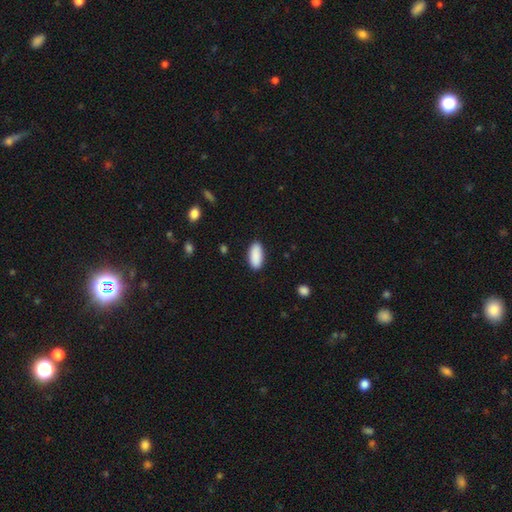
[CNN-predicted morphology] Overall: smooth (91%). How rounded: in between (88%). Merging: none (89%).